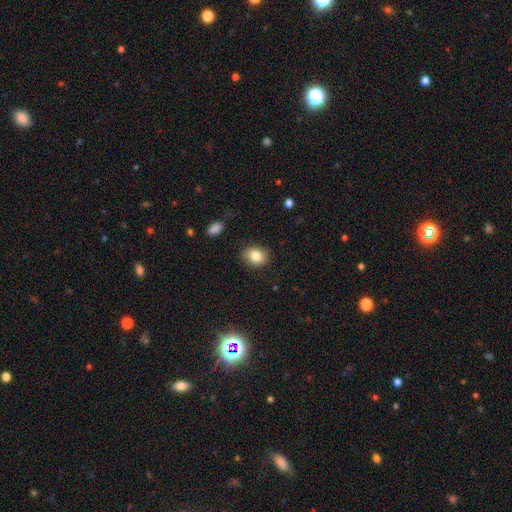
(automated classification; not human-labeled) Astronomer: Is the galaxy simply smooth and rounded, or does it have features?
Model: smooth — 83%.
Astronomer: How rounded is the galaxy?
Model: in between — 52% (runner-up: round, 47%).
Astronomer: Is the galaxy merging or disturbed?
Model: none — 86%.